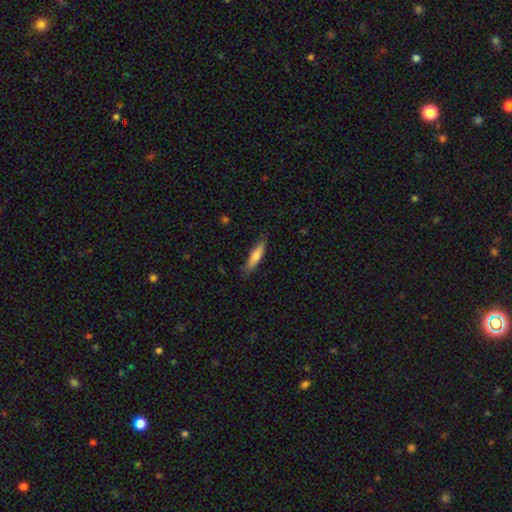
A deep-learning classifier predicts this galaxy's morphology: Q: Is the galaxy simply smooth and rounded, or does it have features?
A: smooth — 68%.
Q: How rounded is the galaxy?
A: cigar-shaped — 79%.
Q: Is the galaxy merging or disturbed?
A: none — 82%.